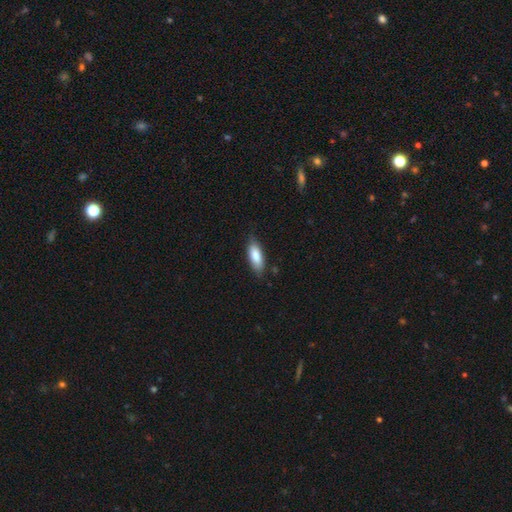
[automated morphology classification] This is clearly a smooth galaxy (82%). How rounded: likely in between (72%). Merging: likely none (79%).